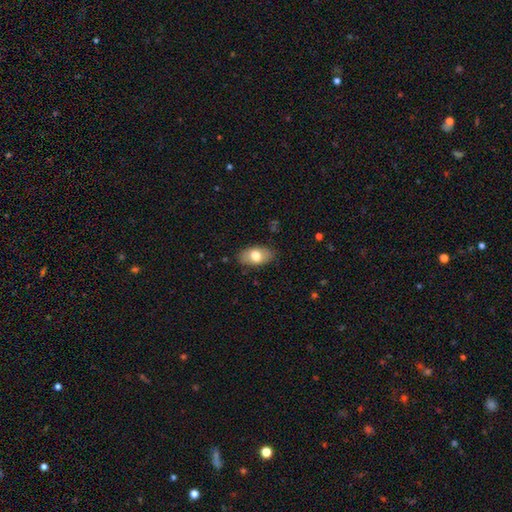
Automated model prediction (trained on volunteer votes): Smooth or featured: smooth — 75% (featured or disk — 19%)
How rounded: in between — 92% (round — 6%)
Merging: none — 84% (minor disturbance — 12%)